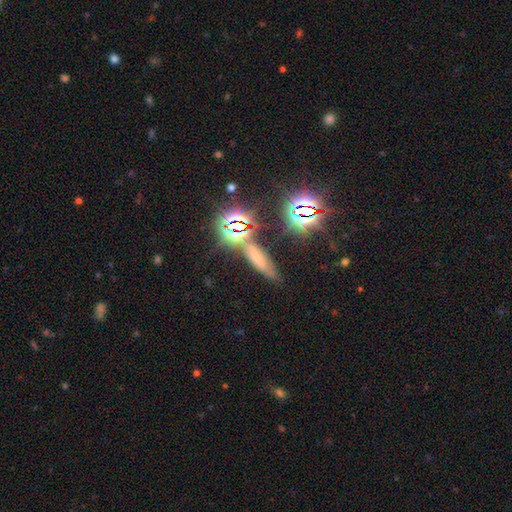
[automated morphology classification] Smooth or featured? Predicted: star or artifact (p=0.43).